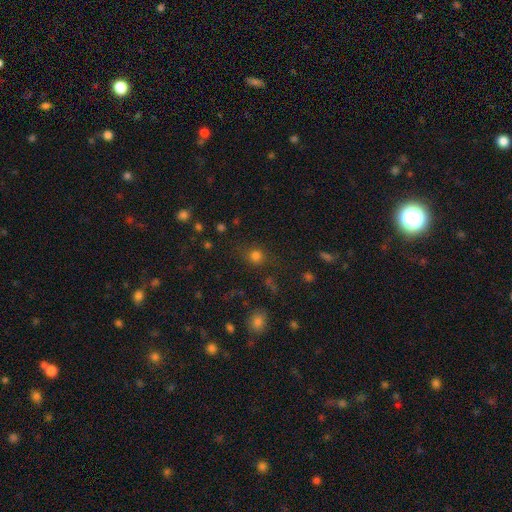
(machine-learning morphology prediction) smooth_or_featured: smooth (p=0.75) [alt: star or artifact p=0.18]
how_rounded: round (p=0.86) [alt: in between p=0.13]
merging: none (p=0.78) [alt: minor disturbance p=0.12]